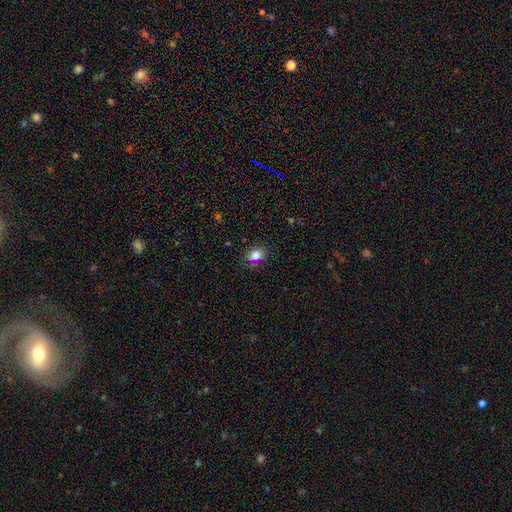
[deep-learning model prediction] Smooth or featured? smooth (79%)
How rounded? in between (54%)
Merging? none (81%)